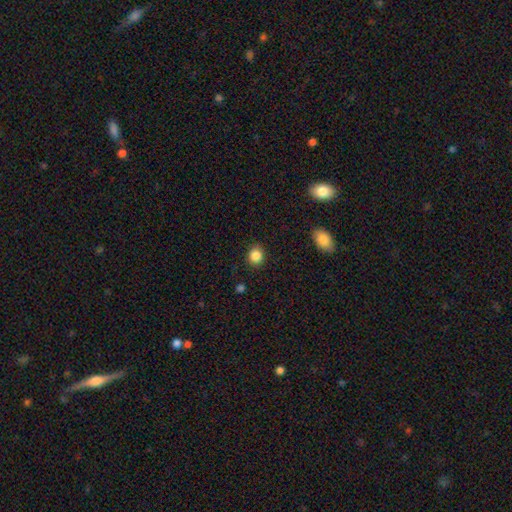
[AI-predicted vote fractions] Smooth or featured?
  - smooth: 86% *
  - star or artifact: 10%
  - featured or disk: 4%
How rounded?
  - round: 73% *
  - in between: 26%
  - cigar-shaped: 1%
Merging?
  - none: 89% *
  - minor disturbance: 8%
  - major disturbance: 2%
  - merger: 1%